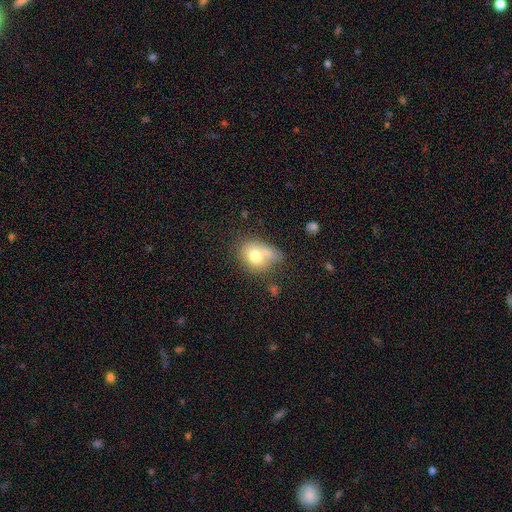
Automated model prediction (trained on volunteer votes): Q: Smooth or featured?
A: smooth (72%); runner-up: featured or disk (18%)
Q: How rounded?
A: in between (62%); runner-up: round (37%)
Q: Merging?
A: none (36%); runner-up: merger (32%)